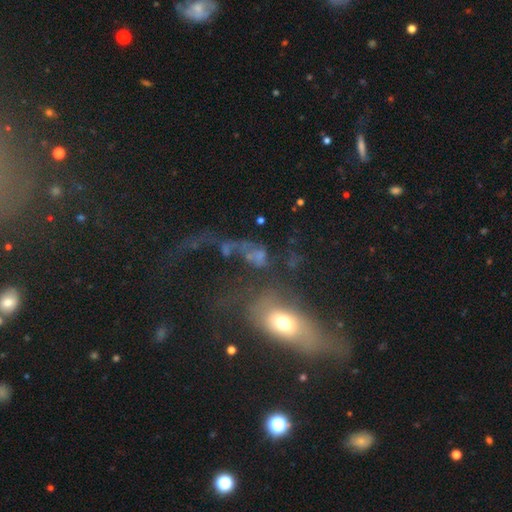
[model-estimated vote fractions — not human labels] featured or disk 40%, smooth 39%, star or artifact 21%. Down the decision tree: merging — major disturbance (44%).